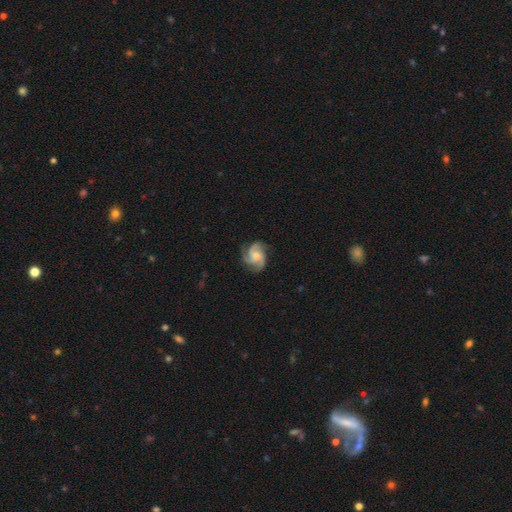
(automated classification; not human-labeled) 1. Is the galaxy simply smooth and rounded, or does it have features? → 84% featured or disk, 10% smooth, 6% star or artifact.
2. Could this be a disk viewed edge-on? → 98% no, 2% yes.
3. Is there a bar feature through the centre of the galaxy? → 67% no, 28% weak, 5% strong.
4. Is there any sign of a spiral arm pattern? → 98% yes, 2% no.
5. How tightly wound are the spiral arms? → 53% medium, 33% tight, 14% loose.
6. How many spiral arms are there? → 73% 3, 13% 4, 6% 2, 4% can't tell, 2% 1, 2% more than 4.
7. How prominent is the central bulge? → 49% moderate, 34% small, 8% large, 8% none, 1% dominant.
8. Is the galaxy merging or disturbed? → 76% none, 16% minor disturbance, 7% major disturbance, 1% merger.